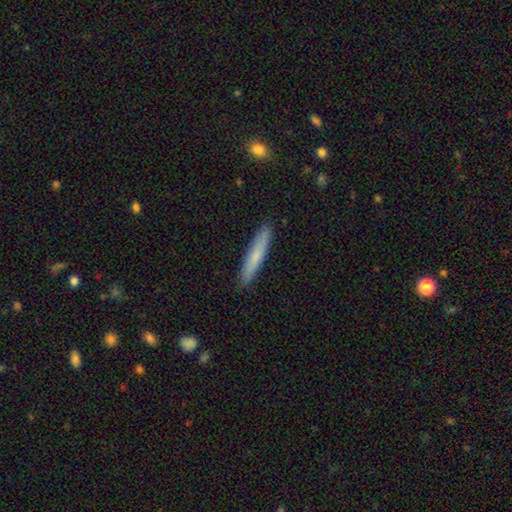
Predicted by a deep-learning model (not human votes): Smooth or featured: smooth — 69% (featured or disk — 25%)
How rounded: cigar-shaped — 94% (in between — 5%)
Merging: none — 90% (minor disturbance — 7%)